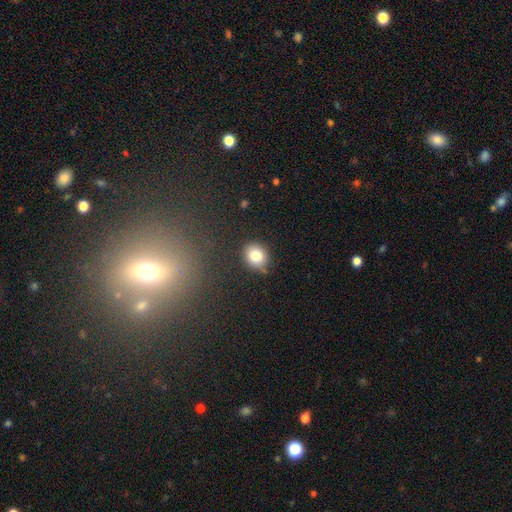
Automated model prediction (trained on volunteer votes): Q: Smooth or featured?
A: smooth (83%); runner-up: star or artifact (9%)
Q: How rounded?
A: round (60%); runner-up: in between (39%)
Q: Merging?
A: none (80%); runner-up: minor disturbance (14%)